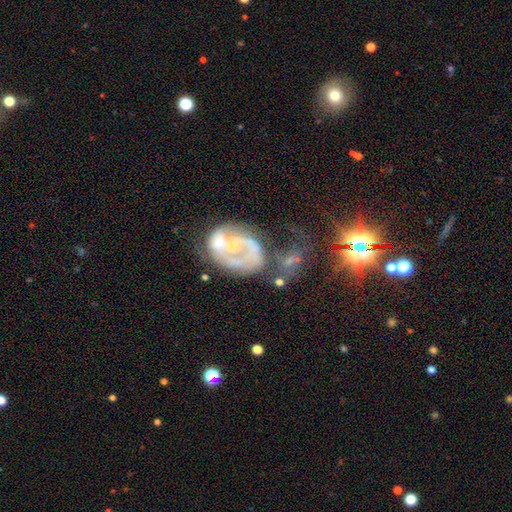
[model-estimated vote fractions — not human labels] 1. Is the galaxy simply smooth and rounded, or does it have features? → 69% featured or disk, 20% smooth, 11% star or artifact.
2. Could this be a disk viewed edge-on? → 98% no, 2% yes.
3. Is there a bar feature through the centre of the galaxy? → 74% no, 19% weak, 7% strong.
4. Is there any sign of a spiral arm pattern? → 56% no, 44% yes.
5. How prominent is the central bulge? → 48% none, 24% small, 21% moderate, 4% large, 2% dominant.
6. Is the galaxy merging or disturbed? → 32% major disturbance, 26% none, 22% merger, 20% minor disturbance.